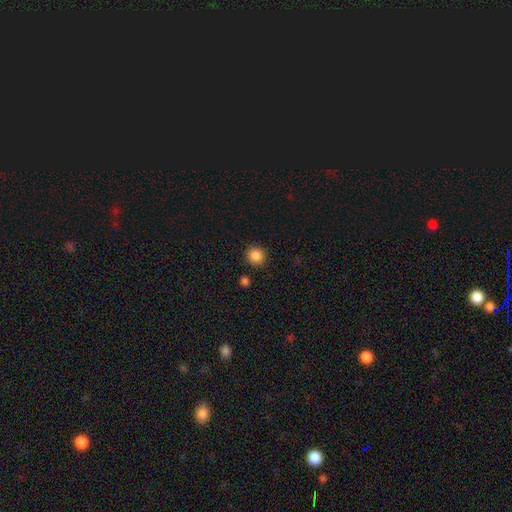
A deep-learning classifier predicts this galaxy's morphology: A smooth galaxy with no disk features (86%) that is round (91%).

Vote fractions:
- Smooth or featured? smooth: 86% / star or artifact: 10% / featured or disk: 3%
- How rounded? round: 91% / in between: 8% / cigar-shaped: 1%
- Merging? none: 89% / minor disturbance: 7% / merger: 3% / major disturbance: 2%